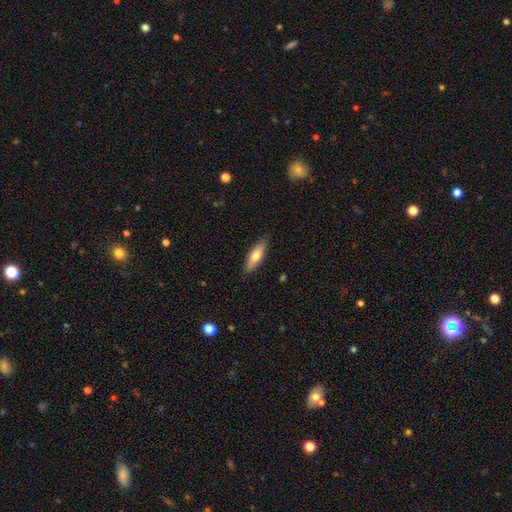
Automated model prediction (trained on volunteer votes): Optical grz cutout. It shows a smooth galaxy with no disk features (68%) that is in between round and cigar-shaped (51%). Merging: none (86%).